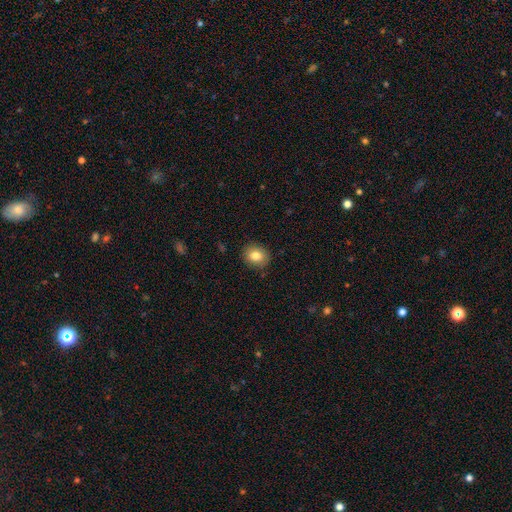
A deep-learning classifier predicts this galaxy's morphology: Smooth or featured: smooth — 83% (star or artifact — 9%)
How rounded: round — 67% (in between — 32%)
Merging: none — 88% (minor disturbance — 9%)